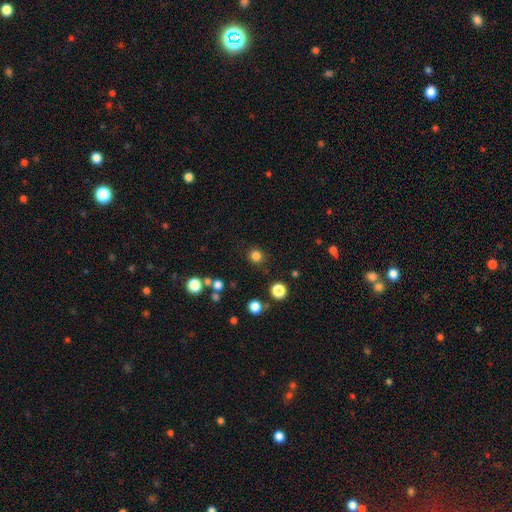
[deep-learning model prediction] Smooth or featured? smooth (82%)
How rounded? round (91%)
Merging? none (89%)